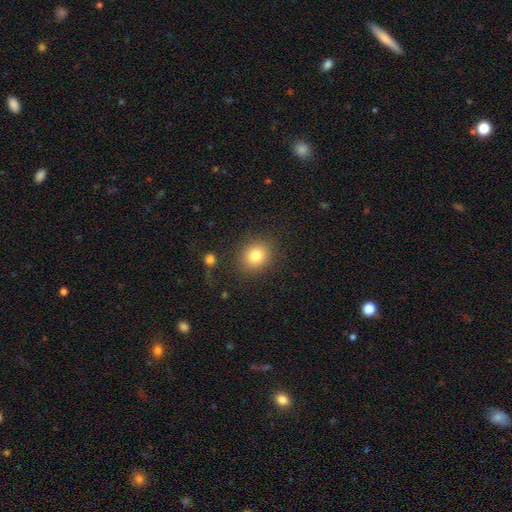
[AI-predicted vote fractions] Smooth or featured: smooth — 80% (star or artifact — 11%)
How rounded: round — 73% (in between — 26%)
Merging: none — 85% (minor disturbance — 9%)